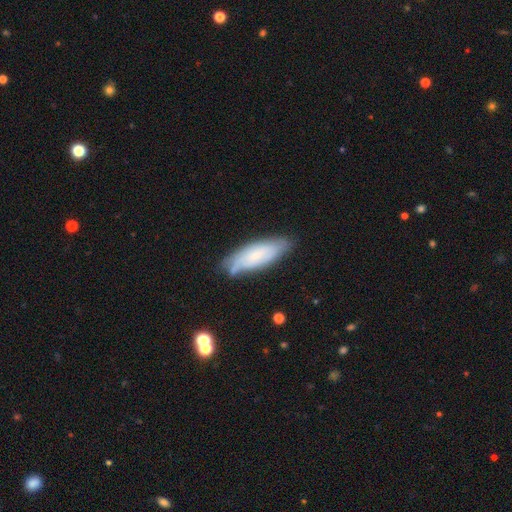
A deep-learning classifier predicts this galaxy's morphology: type=smooth (55%); roundness=in between (61%); merging=none (69%).